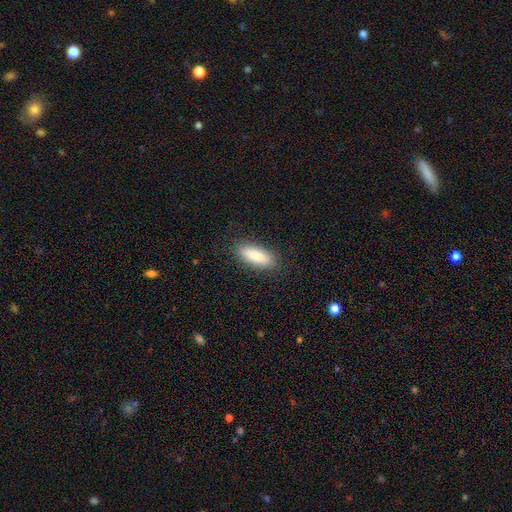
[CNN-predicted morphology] type=smooth (85%); roundness=in between (63%); merging=none (87%).